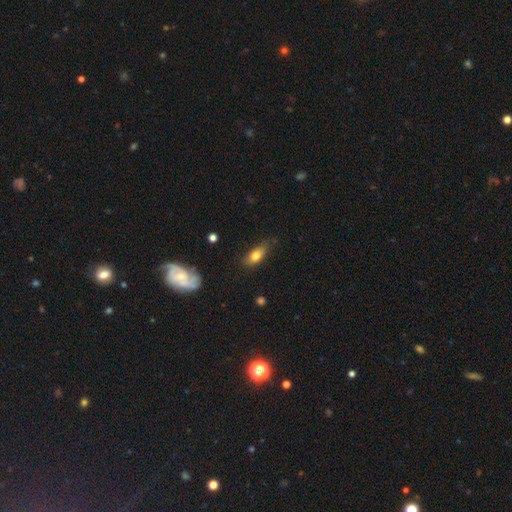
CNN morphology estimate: Smooth or featured: smooth — 75% (featured or disk — 17%)
How rounded: in between — 78% (cigar-shaped — 15%)
Merging: none — 67% (minor disturbance — 25%)